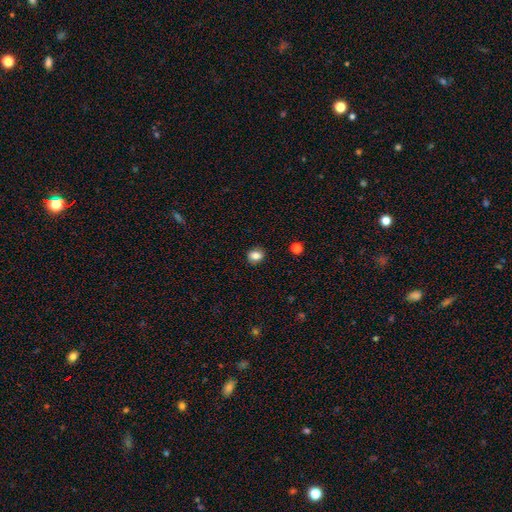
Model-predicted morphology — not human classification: This appears to be a smooth galaxy with no disk features (79%) that is round (54%). Merging: none (87%).